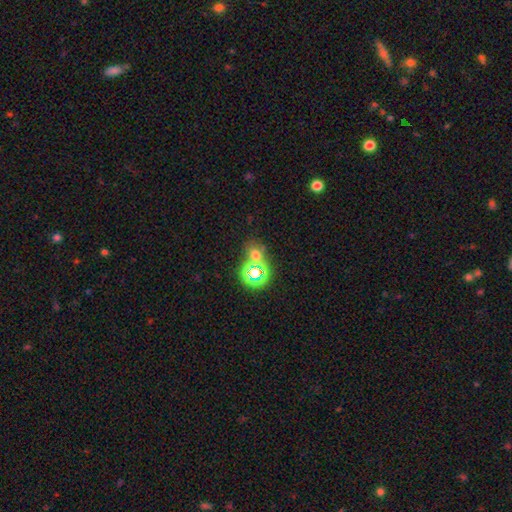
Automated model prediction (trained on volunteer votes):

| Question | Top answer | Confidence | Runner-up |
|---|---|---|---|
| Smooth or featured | smooth | 49% | star or artifact (42%) |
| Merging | none | 60% | merger (25%) |